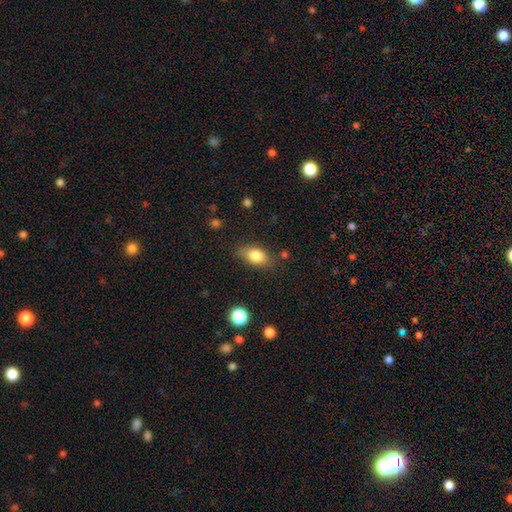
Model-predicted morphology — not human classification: Overall: smooth (81%). How rounded: in between (85%). Merging: none (78%).